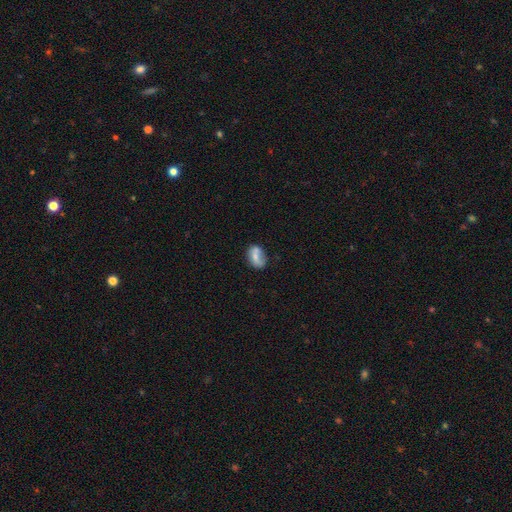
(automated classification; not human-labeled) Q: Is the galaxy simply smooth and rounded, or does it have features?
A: smooth — 62%.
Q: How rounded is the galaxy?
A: in between — 79%.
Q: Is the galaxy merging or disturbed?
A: none — 50%.